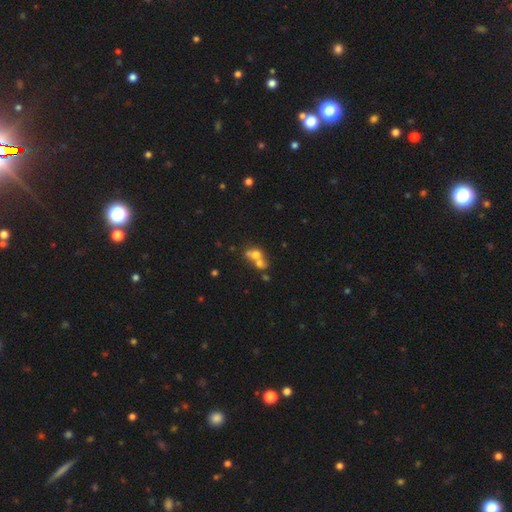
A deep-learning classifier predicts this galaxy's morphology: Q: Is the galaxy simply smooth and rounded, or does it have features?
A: smooth — 60%.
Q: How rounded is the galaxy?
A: round — 58%.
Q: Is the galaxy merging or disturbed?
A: merger — 66%.